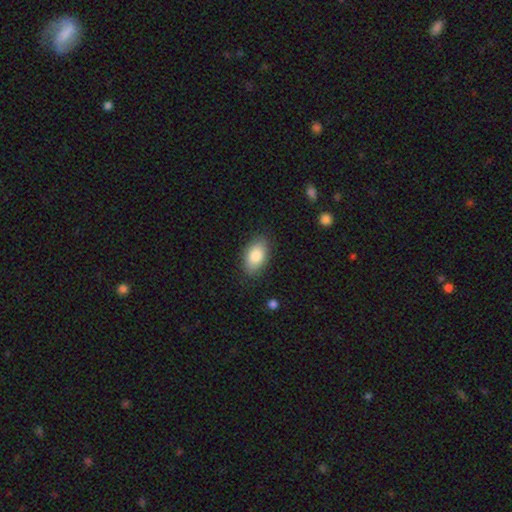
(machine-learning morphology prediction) A smooth galaxy with no disk features (83%) that is in between round and cigar-shaped (92%). Merging: none (85%).